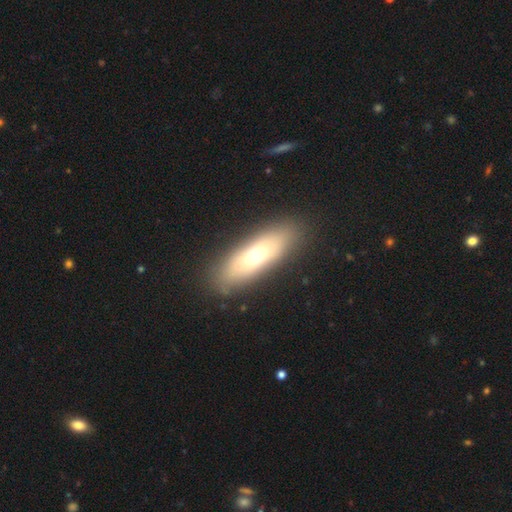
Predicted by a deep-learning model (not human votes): This is likely a smooth galaxy (61%). How rounded: possibly in between (52%). Merging: clearly none (85%).